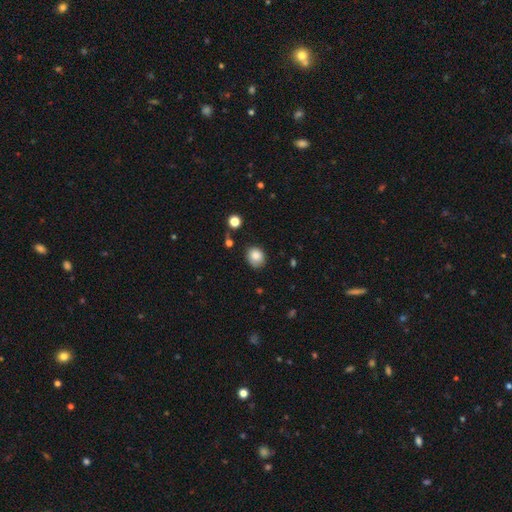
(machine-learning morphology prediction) Overall: smooth (85%). How rounded: round (64%; in between 36%). Merging: none (75%).